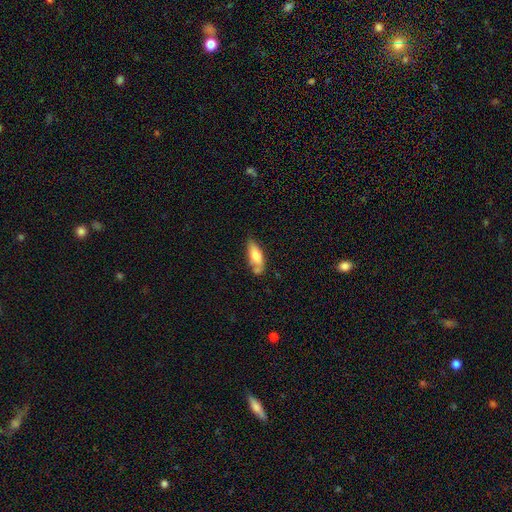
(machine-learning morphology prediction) smooth_or_featured: smooth (p=0.71) [alt: featured or disk p=0.23]
how_rounded: in between (p=0.69) [alt: cigar-shaped p=0.29]
merging: none (p=0.51) [alt: minor disturbance p=0.28]